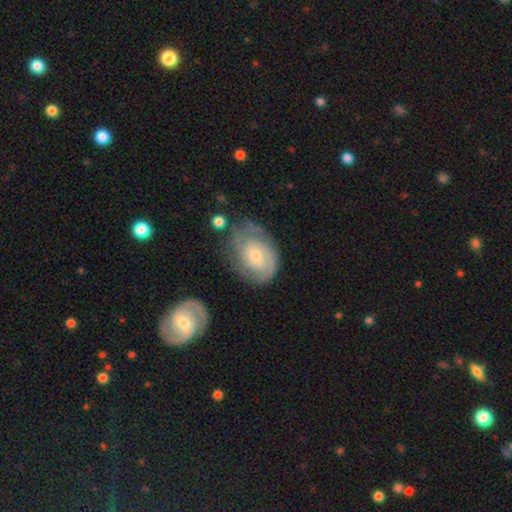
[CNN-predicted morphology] Smooth or featured? featured or disk (76%)
Edge-on disk? no (97%)
Bar? no (67%)
Spiral arms? yes (92%)
Spiral winding? tight (64%)
Spiral arm count? 2 (53%)
Bulge size? small (61%)
Merging? none (65%)